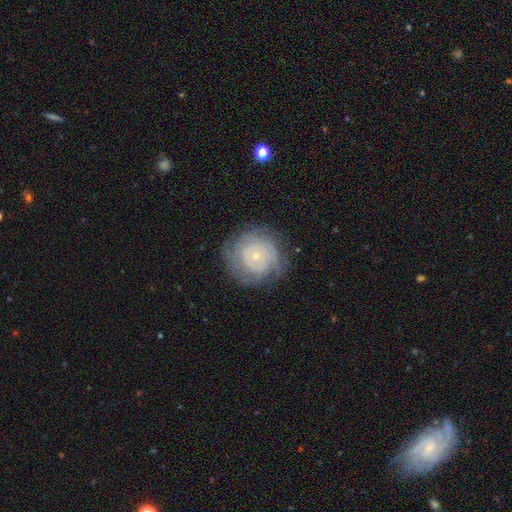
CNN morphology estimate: smooth_or_featured: featured or disk (p=0.67) [alt: smooth p=0.24]
disk_edge_on: no (p=0.97) [alt: yes p=0.03]
bar: no (p=0.80) [alt: weak p=0.16]
has_spiral_arms: yes (p=0.84) [alt: no p=0.16]
spiral_winding: tight (p=0.76) [alt: medium p=0.18]
spiral_arm_count: can't tell (p=0.48) [alt: 2 p=0.19]
bulge_size: small (p=0.82) [alt: moderate p=0.13]
merging: none (p=0.77) [alt: minor disturbance p=0.15]